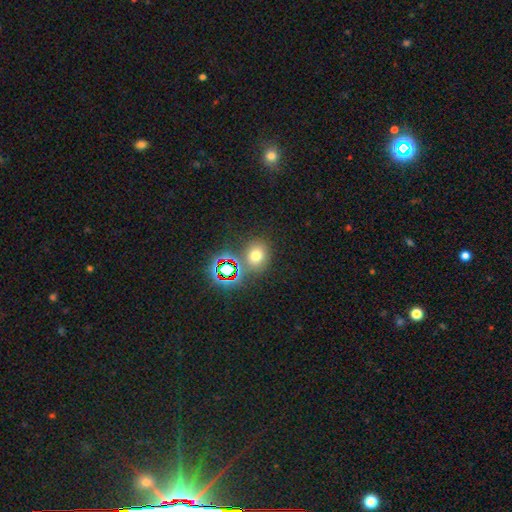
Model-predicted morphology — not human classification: type=smooth (63%); roundness=round (68%); merging=none (73%).